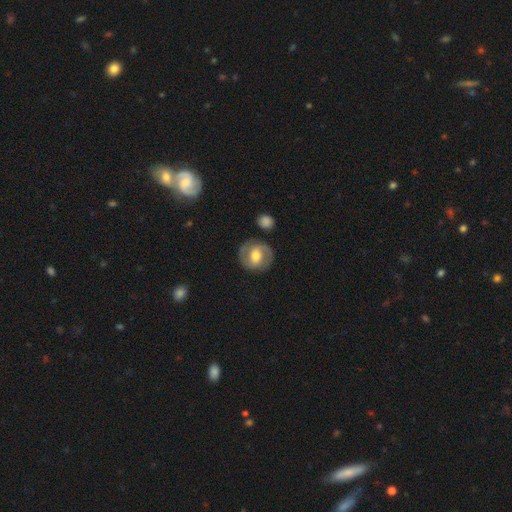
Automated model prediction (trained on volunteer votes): Smooth or featured? Predicted: featured or disk (p=0.66). Edge-on disk? Predicted: no (p=0.97). Bar? Predicted: weak (p=0.46). Spiral arms? Predicted: yes (p=0.81). Spiral winding? Predicted: medium (p=0.47). Spiral arm count? Predicted: 2 (p=0.88). Bulge size? Predicted: moderate (p=0.67). Merging? Predicted: none (p=0.83).